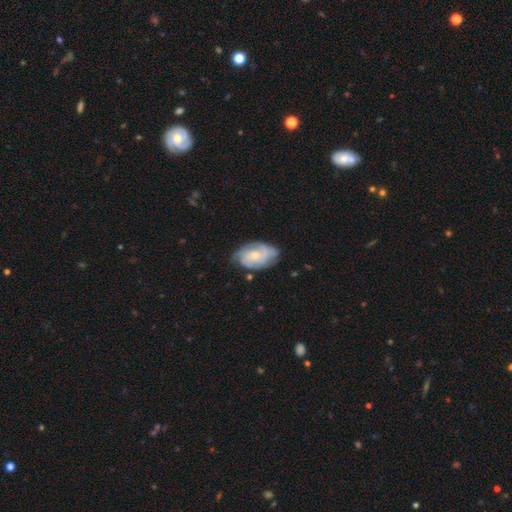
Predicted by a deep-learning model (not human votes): A featured or disk galaxy (67%) with no bar (70%), tight (51%) spiral arms (87%) and a small central bulge (49%). Merging: none (64%).